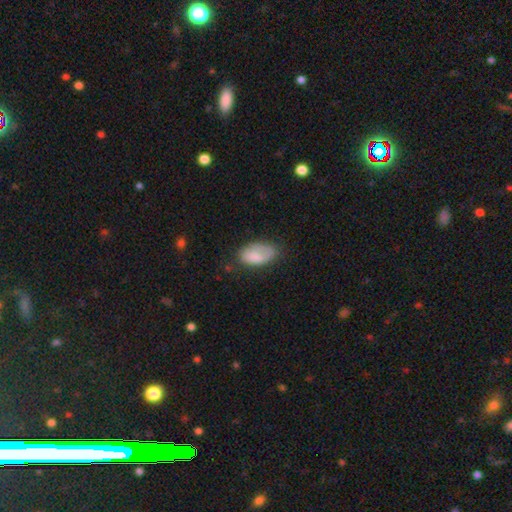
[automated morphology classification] Smooth or featured?
  - smooth: 79% *
  - featured or disk: 14%
  - star or artifact: 7%
How rounded?
  - in between: 94% *
  - round: 4%
  - cigar-shaped: 2%
Merging?
  - none: 55% *
  - minor disturbance: 31%
  - major disturbance: 12%
  - merger: 2%